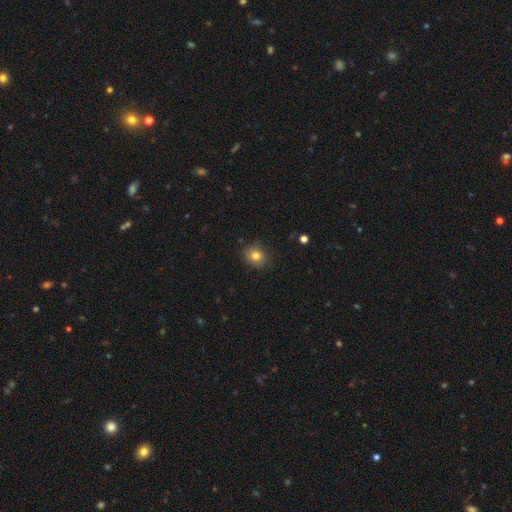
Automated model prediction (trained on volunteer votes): Smooth or featured?
  - smooth: 81% *
  - star or artifact: 11%
  - featured or disk: 8%
How rounded?
  - round: 75% *
  - in between: 24%
  - cigar-shaped: 1%
Merging?
  - none: 84% *
  - minor disturbance: 12%
  - major disturbance: 3%
  - merger: 1%